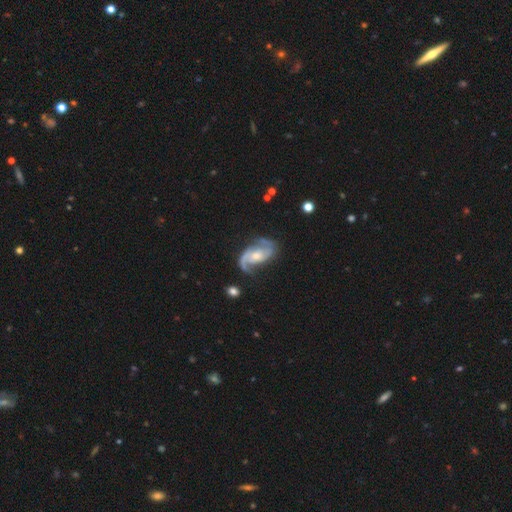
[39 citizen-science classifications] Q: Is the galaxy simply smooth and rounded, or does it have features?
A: featured or disk — 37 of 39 (95%).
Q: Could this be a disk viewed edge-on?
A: no — 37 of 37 (100%).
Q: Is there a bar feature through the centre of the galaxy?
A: no — 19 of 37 (51%).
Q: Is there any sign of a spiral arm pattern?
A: yes — 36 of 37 (97%).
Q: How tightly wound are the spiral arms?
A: medium — 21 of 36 (58%).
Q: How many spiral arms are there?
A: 2 — 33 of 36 (92%).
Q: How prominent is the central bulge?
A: small — 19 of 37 (51%).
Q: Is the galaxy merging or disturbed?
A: none — 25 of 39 (64%).